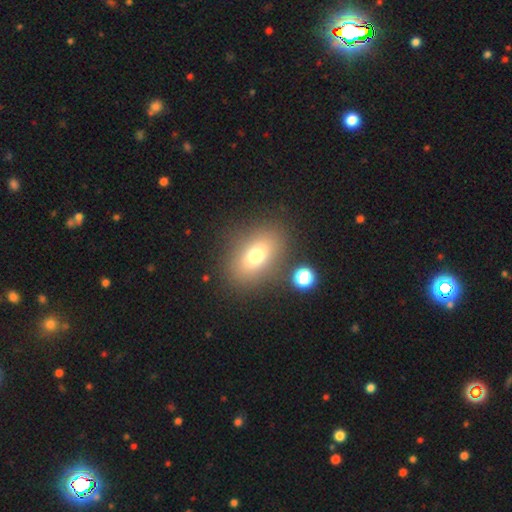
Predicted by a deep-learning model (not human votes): Morphology: type=smooth (71%); roundness=in between (77%); merging=none (80%).